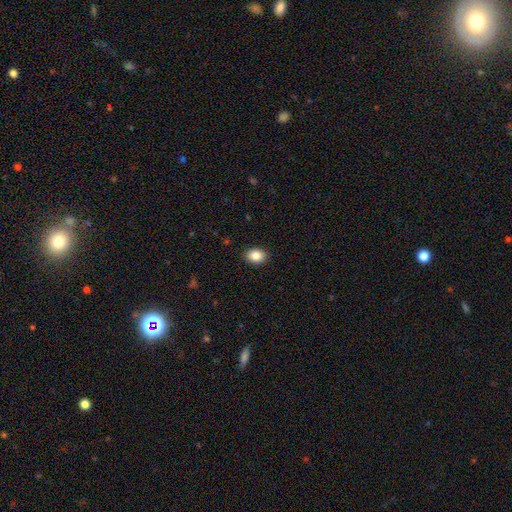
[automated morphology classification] Overall: smooth (87%). How rounded: in between (76%). Merging: none (90%).